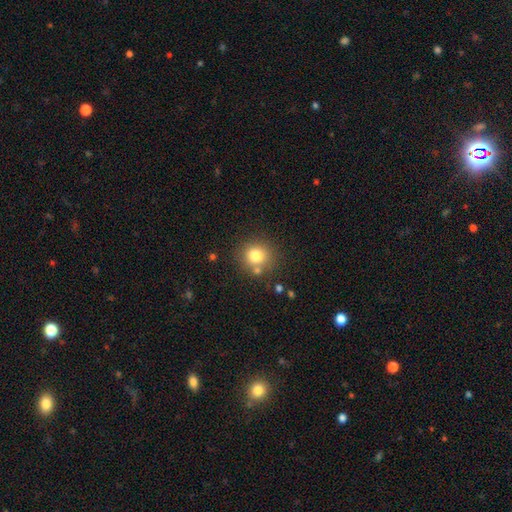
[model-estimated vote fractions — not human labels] Morphology: type=smooth (78%); roundness=round (87%); merging=none (75%).